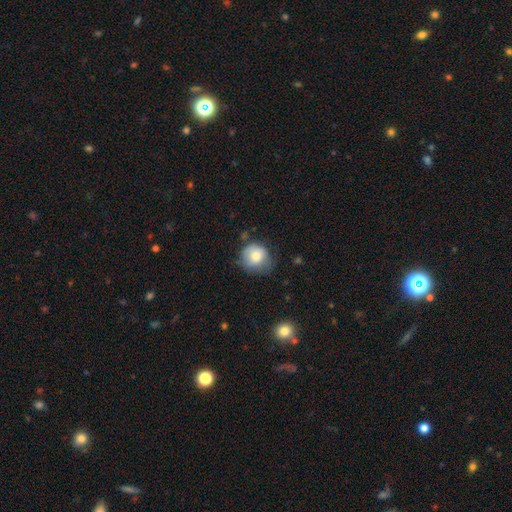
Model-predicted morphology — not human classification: A smooth galaxy with no disk features (77%) that is round (80%). Merging: none (53%).